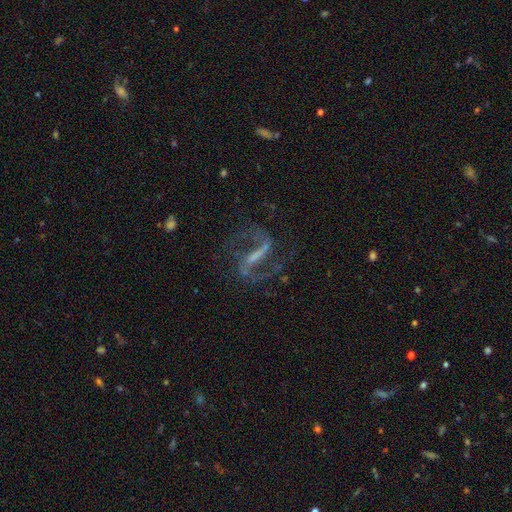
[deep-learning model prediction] smooth-or-featured: featured or disk: 88% | star or artifact: 7% | smooth: 5%
  disk-edge-on: no: 95% | yes: 5%
    bar: strong: 64% | weak: 29% | no: 8%
    has-spiral-arms: yes: 96% | no: 4%
      spiral-winding: loose: 46% (tied) | medium: 46% (tied) | tight: 8%
      spiral-arm-count: 2: 93% | can't tell: 2% | 1: 2% | 3: 1% | 4: 1% | more than 4: 1%
    bulge-size: none: 45% | small: 32% | moderate: 18% | large: 4% | dominant: 1%
  merging: none: 72% | minor disturbance: 13% | major disturbance: 13% | merger: 2%